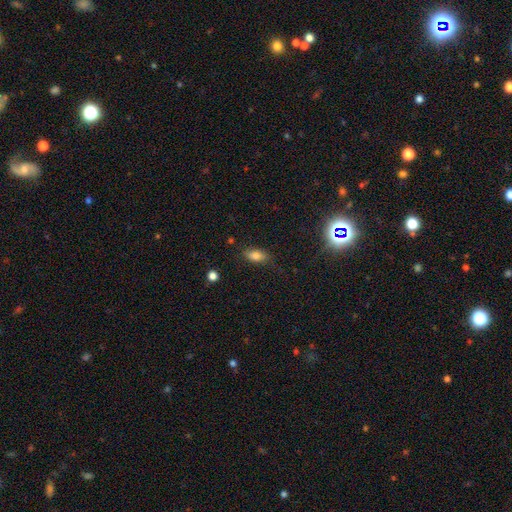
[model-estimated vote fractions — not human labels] This is likely a smooth galaxy (75%). How rounded: clearly in between (84%). Merging: likely none (76%).